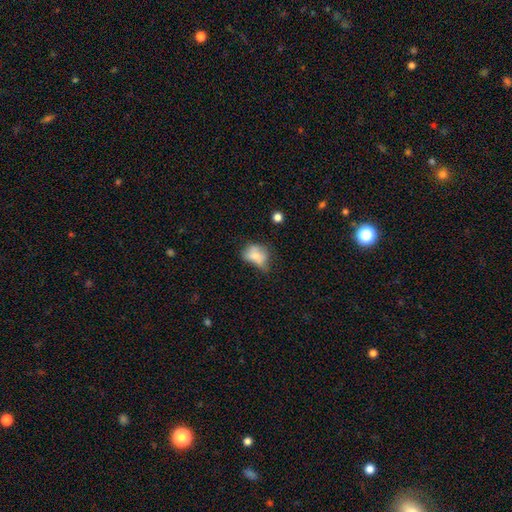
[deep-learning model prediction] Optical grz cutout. It shows a smooth galaxy with no disk features (67%) that is in between round and cigar-shaped (67%). Merging: minor disturbance (32%).